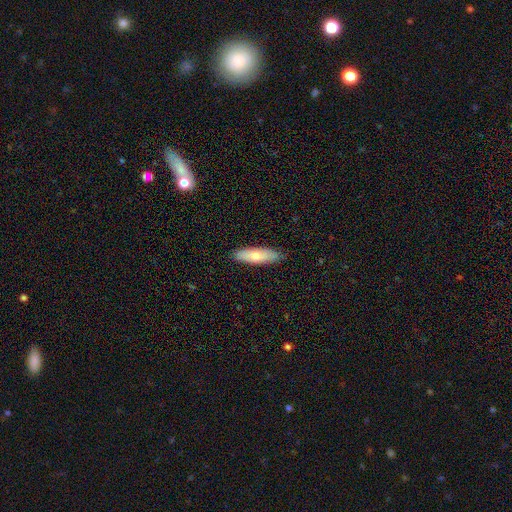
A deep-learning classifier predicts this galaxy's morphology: type=smooth (68%); roundness=in between (50%); merging=none (85%).